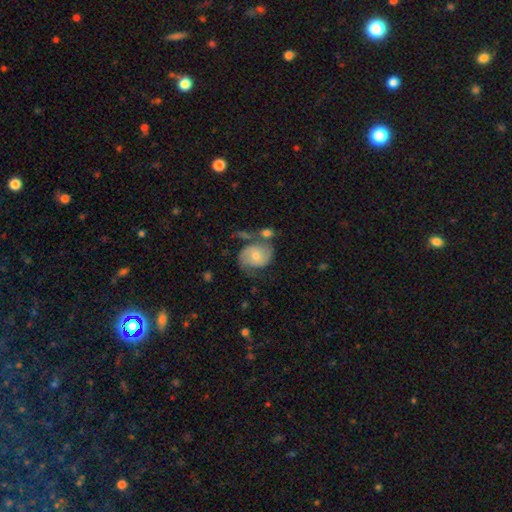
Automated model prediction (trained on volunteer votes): Smooth or featured: featured or disk — 67% (smooth — 27%)
Edge-on disk: no — 97% (yes — 3%)
Bar: no — 66% (weak — 29%)
Spiral arms: yes — 90% (no — 10%)
Spiral winding: medium — 46% (loose — 29%)
Spiral arm count: 2 — 85% (can't tell — 7%)
Bulge size: moderate — 51% (small — 42%)
Merging: none — 47% (minor disturbance — 22%)